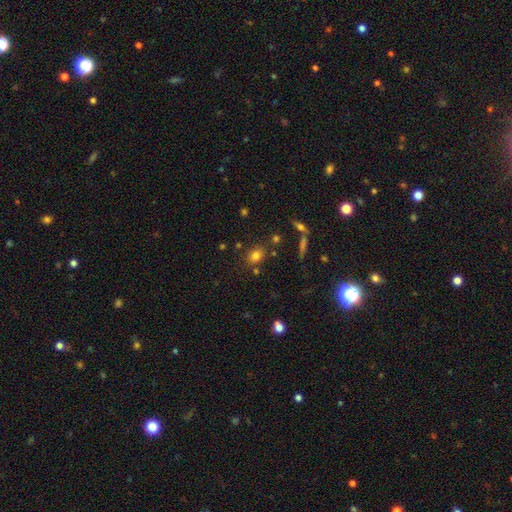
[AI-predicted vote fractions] Smooth or featured? smooth (77%)
How rounded? in between (49%, tied with round)
Merging? none (78%)